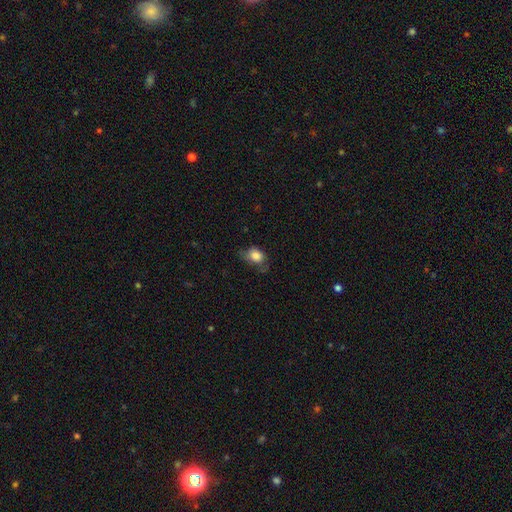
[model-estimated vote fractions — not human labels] Smooth or featured: smooth — 80% (featured or disk — 11%)
How rounded: in between — 62% (round — 37%)
Merging: none — 46% (minor disturbance — 35%)